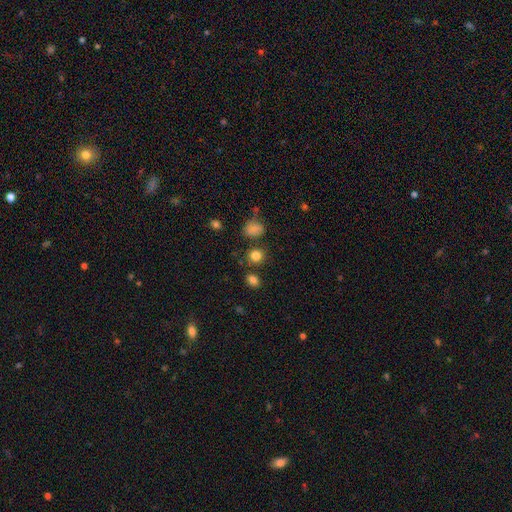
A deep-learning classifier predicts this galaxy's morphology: This appears to be a smooth galaxy with no disk features (82%) that is round (73%). Merging: none (78%).